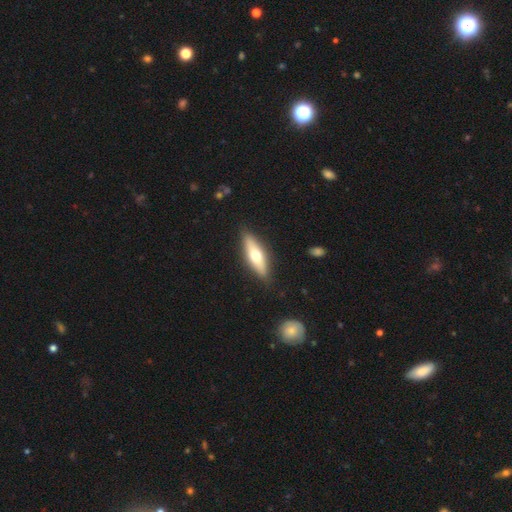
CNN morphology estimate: Smooth or featured? smooth (53%)
How rounded? cigar-shaped (53%)
Merging? none (87%)